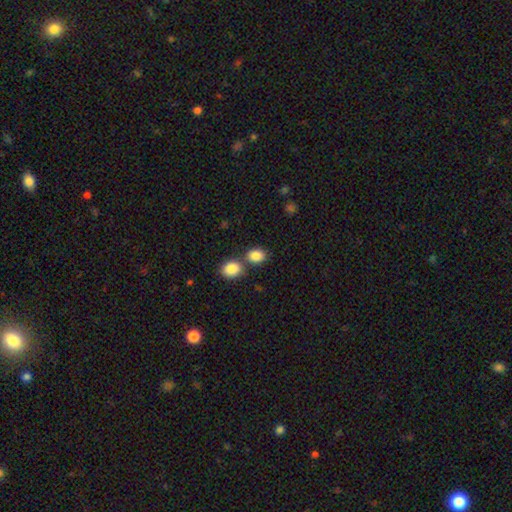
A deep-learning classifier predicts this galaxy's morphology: type=smooth (85%); roundness=in between (58%); merging=none (55%).